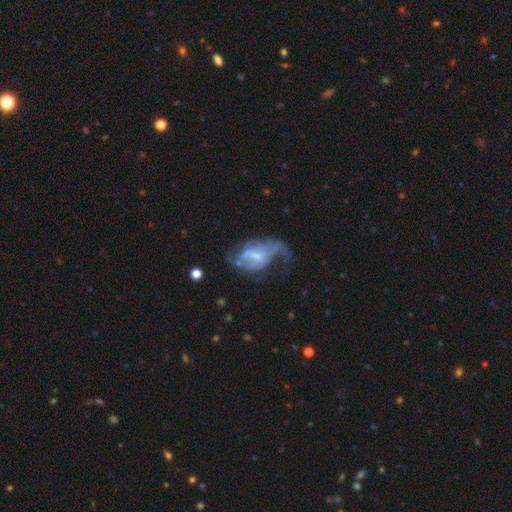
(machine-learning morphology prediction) featured or disk 68%, smooth 24%, star or artifact 8%. Down the decision tree: edge-on disk — no (94%); bar — weak (46%); spiral arms — yes (65%); bulge size — small (46%); merging — major disturbance (46%).